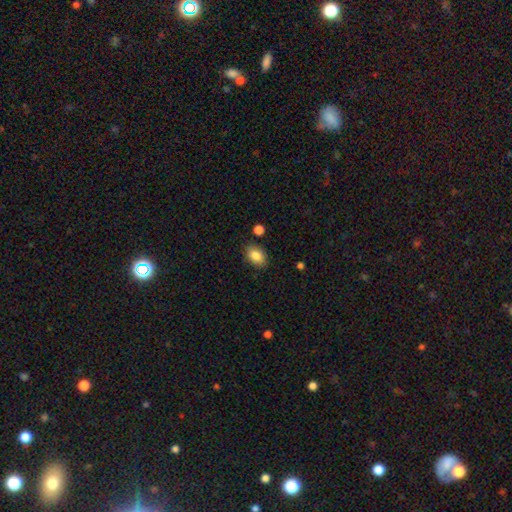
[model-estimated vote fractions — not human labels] Overall: smooth (85%). How rounded: in between (83%). Merging: none (84%).